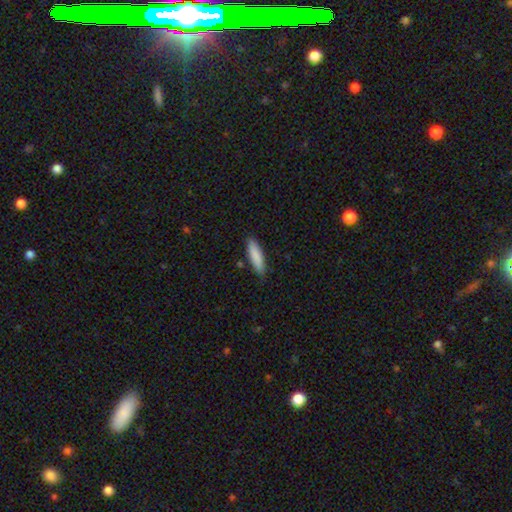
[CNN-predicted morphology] smooth_or_featured: smooth (p=0.86) [alt: featured or disk p=0.08]
how_rounded: cigar-shaped (p=0.68) [alt: in between p=0.31]
merging: none (p=0.84) [alt: minor disturbance p=0.12]